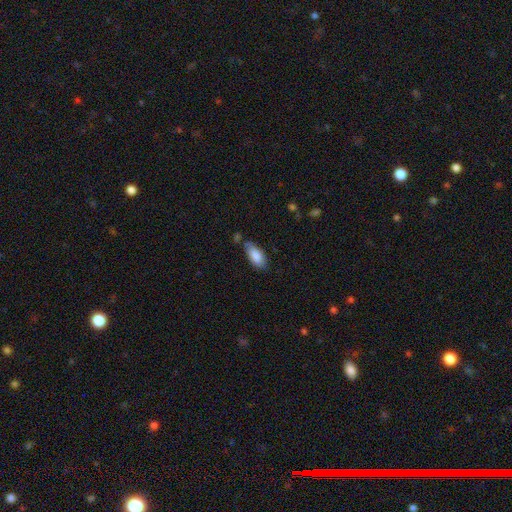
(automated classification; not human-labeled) smooth_or_featured: smooth (p=0.85) [alt: featured or disk p=0.09]
how_rounded: in between (p=0.88) [alt: cigar-shaped p=0.10]
merging: none (p=0.67) [alt: minor disturbance p=0.21]